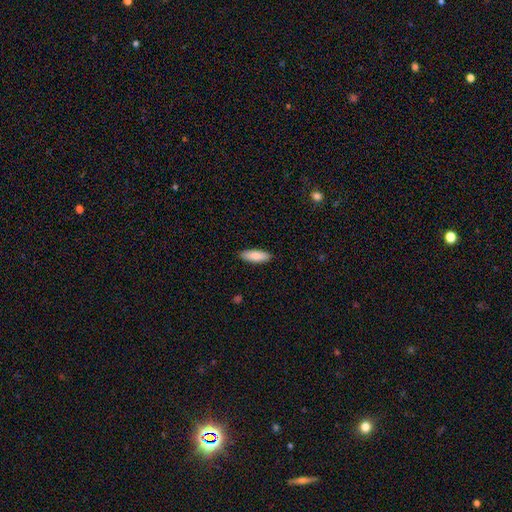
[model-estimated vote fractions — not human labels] smooth_or_featured: smooth (p=0.83) [alt: featured or disk p=0.12]
how_rounded: in between (p=0.60) [alt: cigar-shaped p=0.38]
merging: none (p=0.90) [alt: minor disturbance p=0.08]